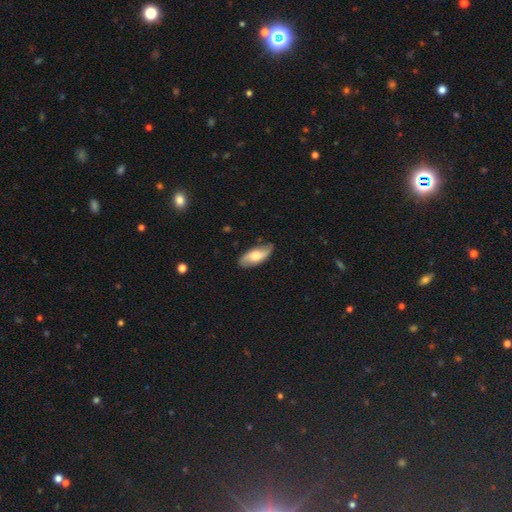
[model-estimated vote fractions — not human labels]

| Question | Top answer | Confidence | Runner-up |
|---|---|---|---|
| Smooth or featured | smooth | 51% | featured or disk (43%) |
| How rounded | in between | 82% | cigar-shaped (15%) |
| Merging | none | 80% | minor disturbance (15%) |